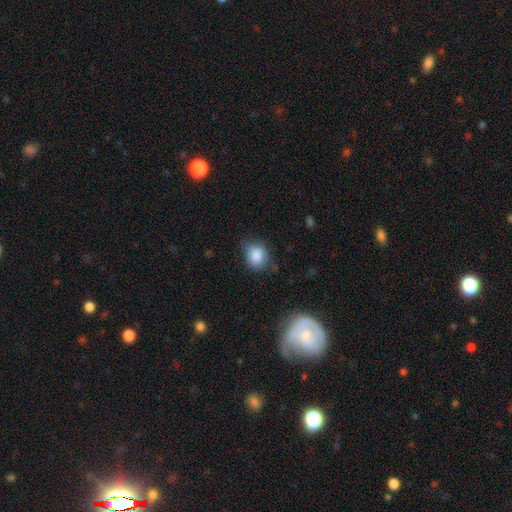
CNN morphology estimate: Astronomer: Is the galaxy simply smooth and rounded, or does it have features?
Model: smooth — 85%.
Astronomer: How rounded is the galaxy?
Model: round — 52% (runner-up: in between, 47%).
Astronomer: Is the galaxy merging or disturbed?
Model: none — 66%.